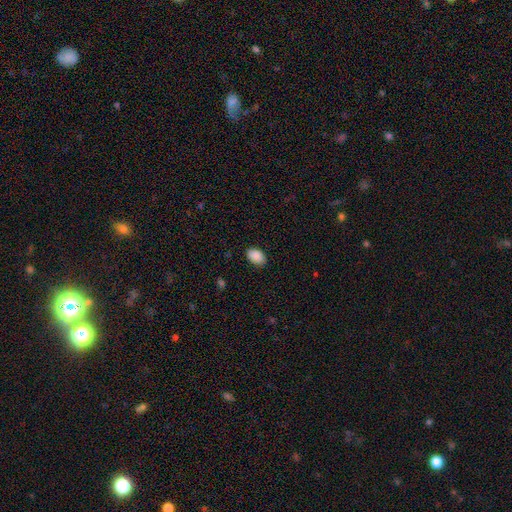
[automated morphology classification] Smooth or featured? Predicted: smooth (p=0.90). How rounded? Predicted: in between (p=0.88). Merging? Predicted: none (p=0.85).